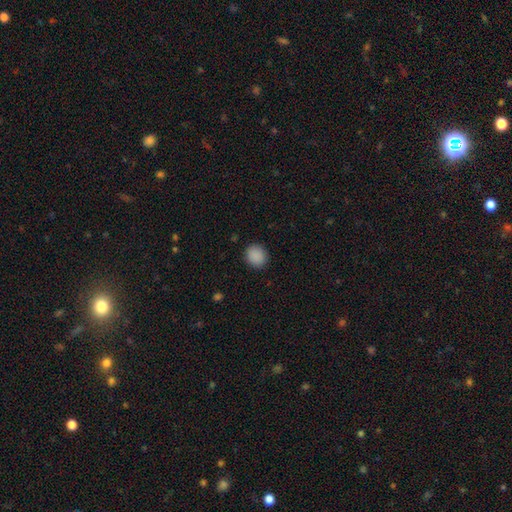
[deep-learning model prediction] This is clearly a smooth galaxy (89%). How rounded: likely round (78%). Merging: clearly none (89%).